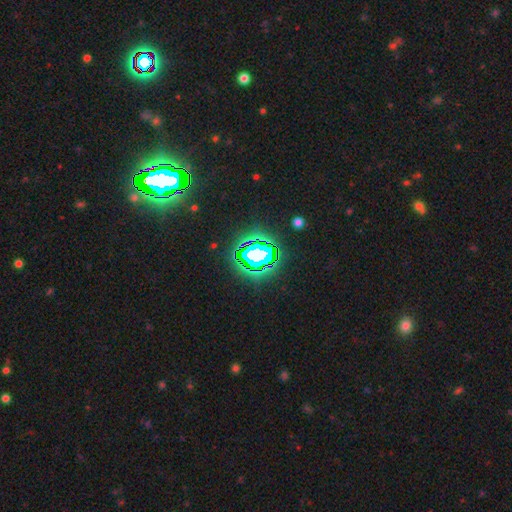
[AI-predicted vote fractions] star or artifact 70%, smooth 15%, featured or disk 14%.